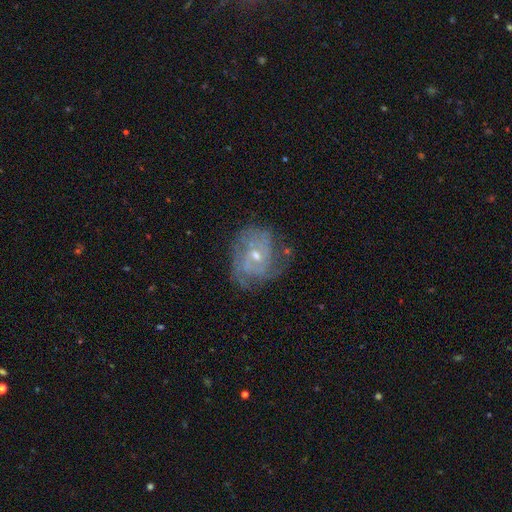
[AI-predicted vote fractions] The model was most divided on "bulge size": small: 52%, moderate: 44%, none: 2%, large: 1%, dominant: 1%. Remaining: edge-on disk — no (97%); spiral arms — yes (87%); smooth or featured — featured or disk (80%); merging — none (61%); bar — no (56%); spiral winding — tight (52%); spiral arm count — can't tell (41%).